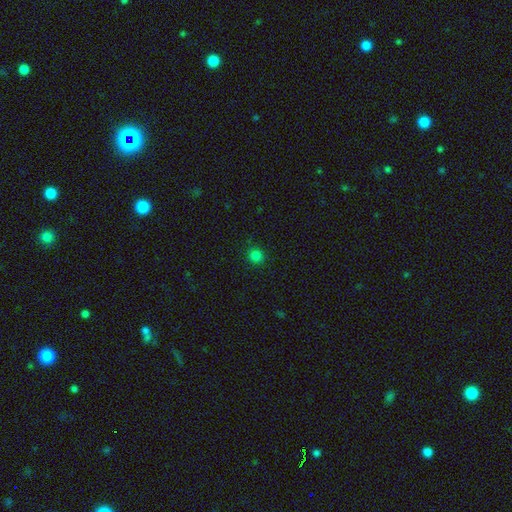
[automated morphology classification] Smooth or featured: smooth — 82% (star or artifact — 15%)
How rounded: round — 93% (in between — 6%)
Merging: none — 91% (minor disturbance — 6%)